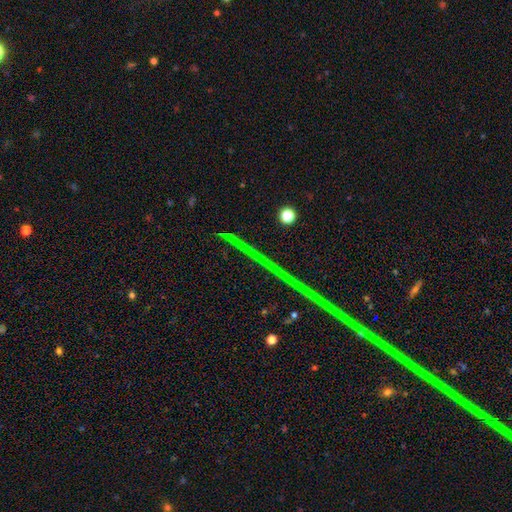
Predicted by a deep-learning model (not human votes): Q: Smooth or featured?
A: star or artifact (85%); runner-up: featured or disk (9%)